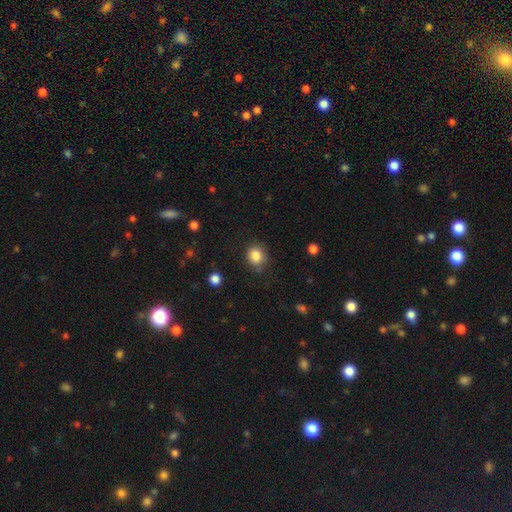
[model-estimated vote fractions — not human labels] Overall: smooth (85%). How rounded: round (81%). Merging: none (79%).